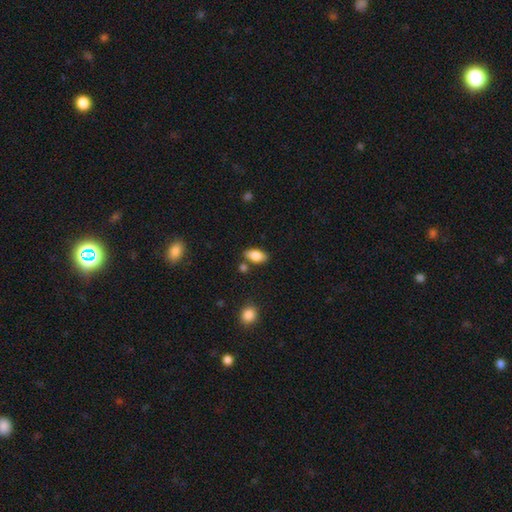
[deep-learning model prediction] A smooth galaxy with no disk features (82%) that is in between round and cigar-shaped (89%). Merging: none (77%).